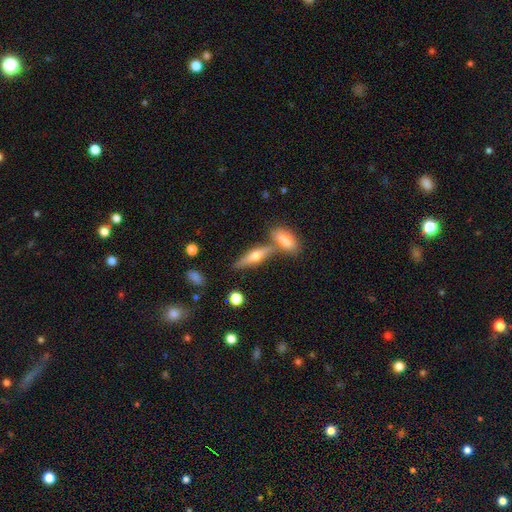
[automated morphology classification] Overall: featured or disk (51%; smooth 42%). Edge-on disk: yes (91%). Merging: none (60%; merger 26%).